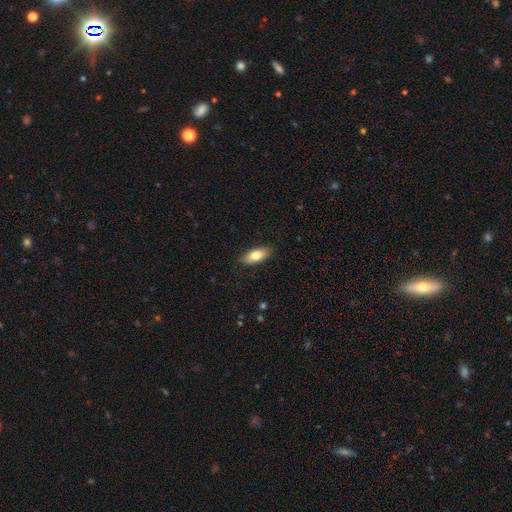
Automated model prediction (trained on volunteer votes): Overall: smooth (79%). How rounded: in between (81%). Merging: none (86%).